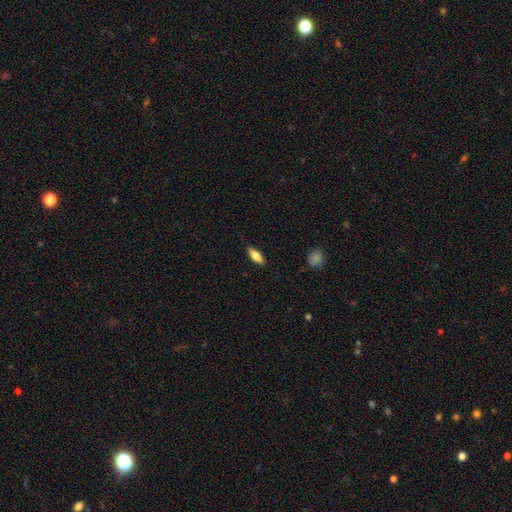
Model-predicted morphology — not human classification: A smooth galaxy with no disk features (72%) that is in between round and cigar-shaped (61%). Merging: none (86%).